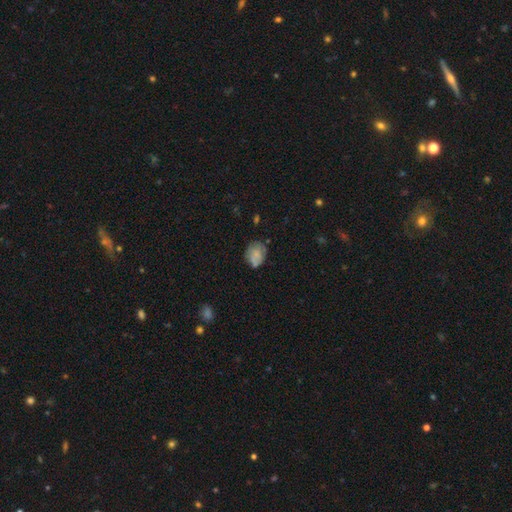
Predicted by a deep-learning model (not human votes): Smooth or featured?
  - smooth: 69% *
  - featured or disk: 22%
  - star or artifact: 10%
How rounded?
  - in between: 54% *
  - round: 45%
  - cigar-shaped: 1%
Merging?
  - none: 57% *
  - minor disturbance: 27%
  - major disturbance: 9%
  - merger: 7%